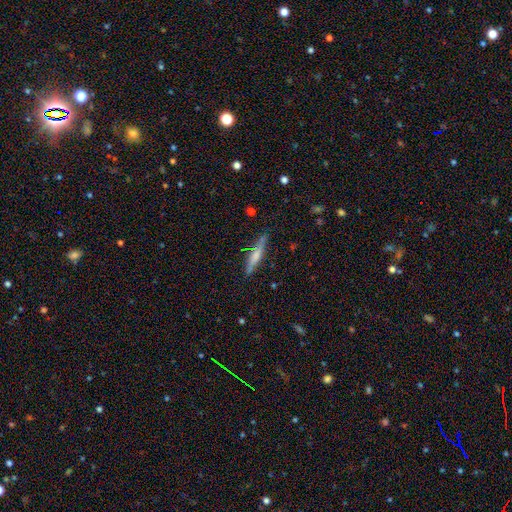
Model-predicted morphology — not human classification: A smooth galaxy with no disk features (55%) that is cigar-shaped (86%).

Vote fractions:
- Smooth or featured? smooth: 55% / featured or disk: 38% / star or artifact: 7%
- How rounded? cigar-shaped: 86% / in between: 12% / round: 2%
- Merging? none: 81% / minor disturbance: 14% / major disturbance: 3% / merger: 3%